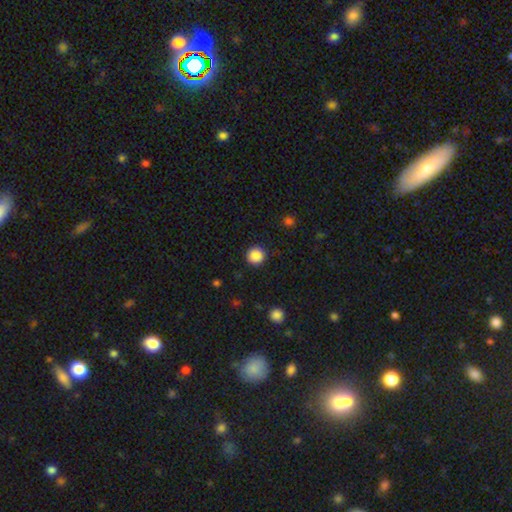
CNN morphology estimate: The model was most divided on "smooth or featured": smooth: 87%, star or artifact: 10%, featured or disk: 3%. More confident: how rounded — round (95%); merging — none (92%).